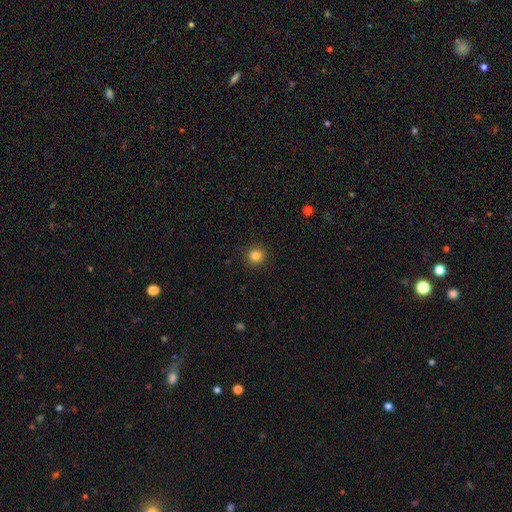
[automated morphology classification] Smooth or featured? smooth (84%)
How rounded? round (92%)
Merging? none (91%)